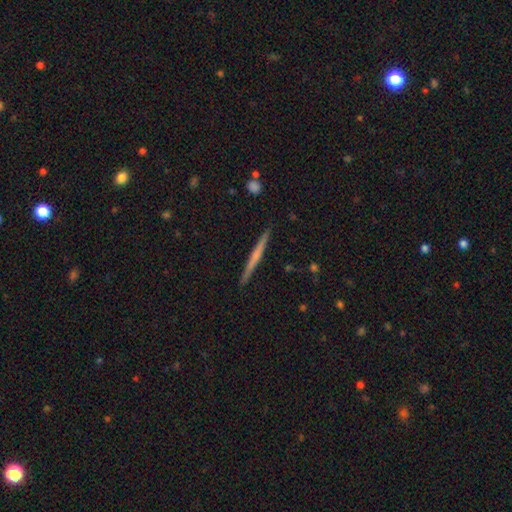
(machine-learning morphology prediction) Smooth or featured?
  - featured or disk: 53% *
  - smooth: 41%
  - star or artifact: 6%
Edge-on disk?
  - yes: 98% *
  - no: 2%
Edge-on bulge?
  - none: 68% *
  - rounded: 25%
  - boxy: 7%
Merging?
  - none: 92% *
  - minor disturbance: 6%
  - major disturbance: 1%
  - merger: 1%